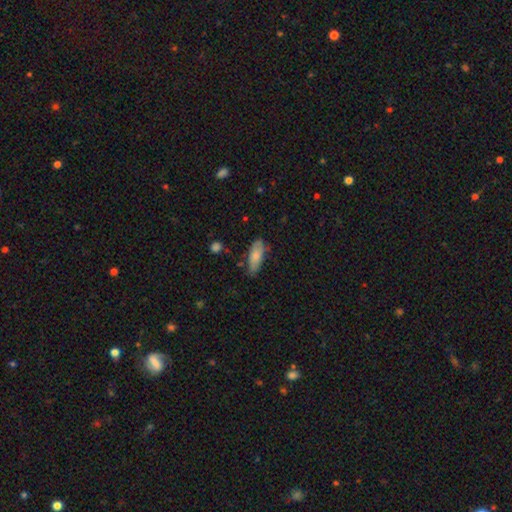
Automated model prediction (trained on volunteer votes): Smooth or featured: smooth — 75% (featured or disk — 19%)
How rounded: in between — 76% (cigar-shaped — 22%)
Merging: none — 69% (minor disturbance — 23%)